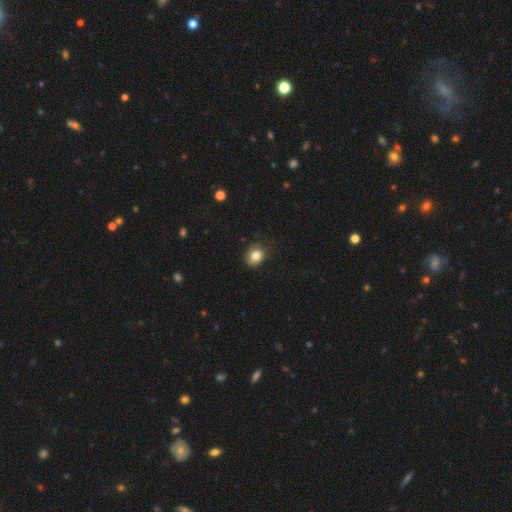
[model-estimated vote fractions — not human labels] Smooth or featured: smooth — 80% (featured or disk — 10%)
How rounded: round — 57% (in between — 42%)
Merging: none — 66% (minor disturbance — 26%)